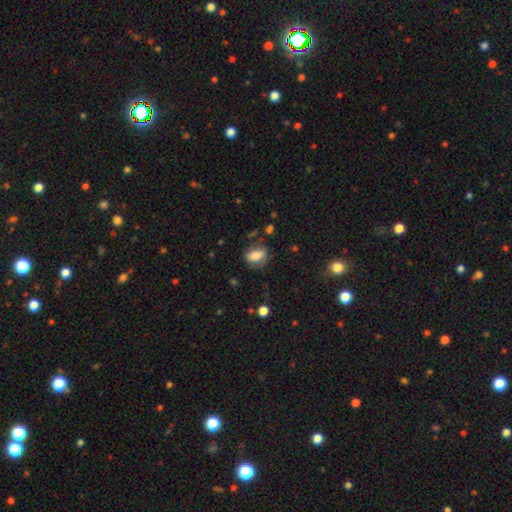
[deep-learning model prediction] The model was most divided on "merging": none: 66%, minor disturbance: 22%, major disturbance: 10%, merger: 3%. More confident: smooth or featured — smooth (76%); how rounded — in between (73%).